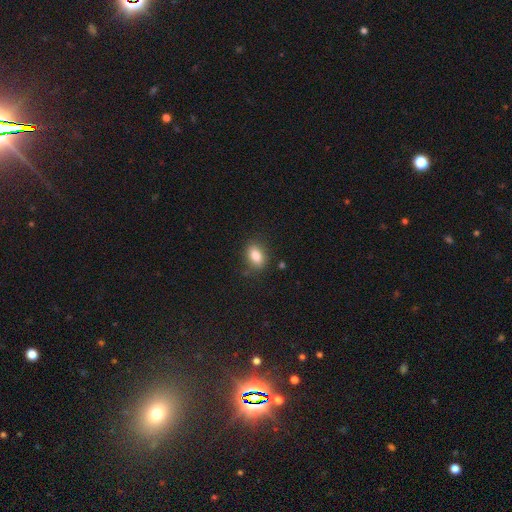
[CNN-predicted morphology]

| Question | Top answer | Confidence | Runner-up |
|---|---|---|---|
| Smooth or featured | smooth | 83% | star or artifact (9%) |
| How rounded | in between | 81% | round (17%) |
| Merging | none | 83% | minor disturbance (12%) |